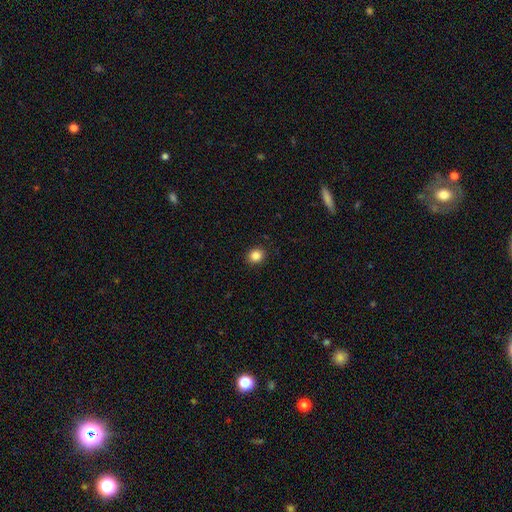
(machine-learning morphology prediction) The model was most divided on "how rounded": round: 81%, in between: 18%, cigar-shaped: 1%. More confident: merging — none (91%); smooth or featured — smooth (85%).